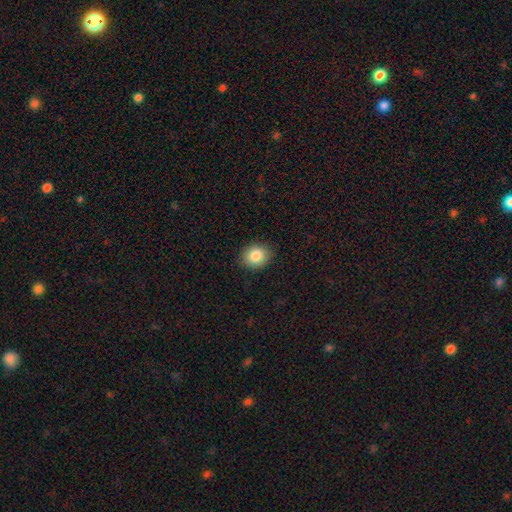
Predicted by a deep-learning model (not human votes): Smooth or featured? smooth (85%)
How rounded? round (66%)
Merging? none (89%)